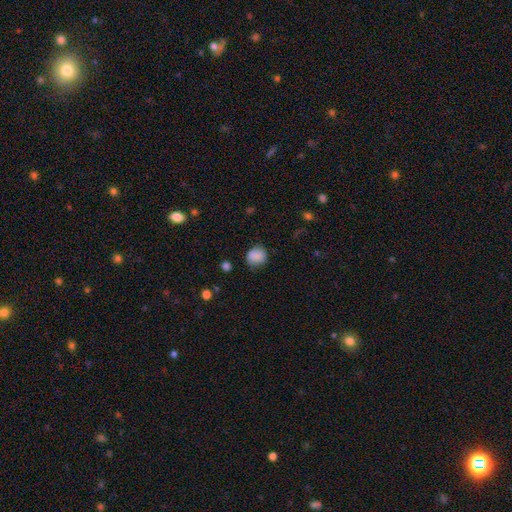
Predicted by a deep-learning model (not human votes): Overall: smooth (86%). How rounded: round (74%). Merging: none (77%).